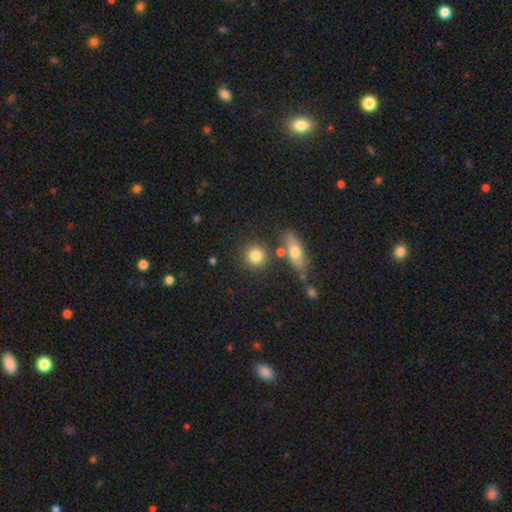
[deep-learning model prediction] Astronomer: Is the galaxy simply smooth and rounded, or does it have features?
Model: smooth — 80%.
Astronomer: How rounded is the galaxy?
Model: round — 84%.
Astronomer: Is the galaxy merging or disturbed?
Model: none — 75%.